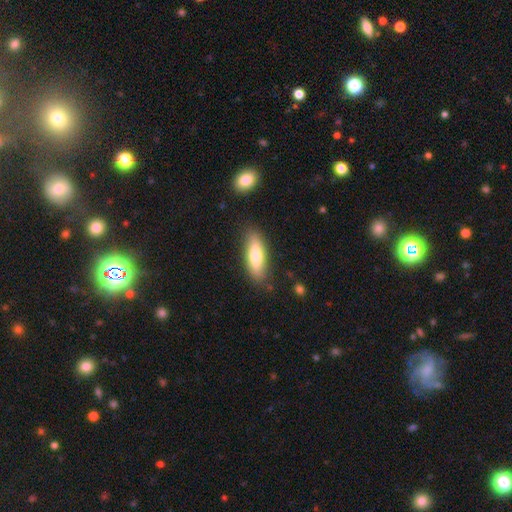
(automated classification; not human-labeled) The model was most divided on "how rounded": in between: 55%, cigar-shaped: 43%, round: 2%. More confident: merging — none (82%); smooth or featured — smooth (73%).